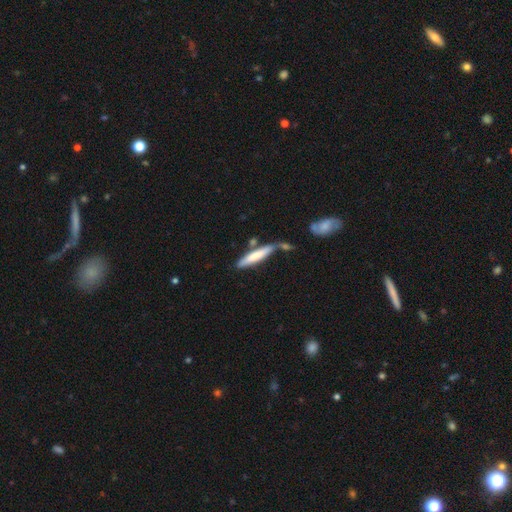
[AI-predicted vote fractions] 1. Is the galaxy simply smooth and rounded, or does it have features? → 68% smooth, 26% featured or disk, 5% star or artifact.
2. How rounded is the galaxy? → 86% cigar-shaped, 13% in between, 1% round.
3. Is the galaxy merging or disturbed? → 54% none, 21% merger, 19% minor disturbance, 6% major disturbance.